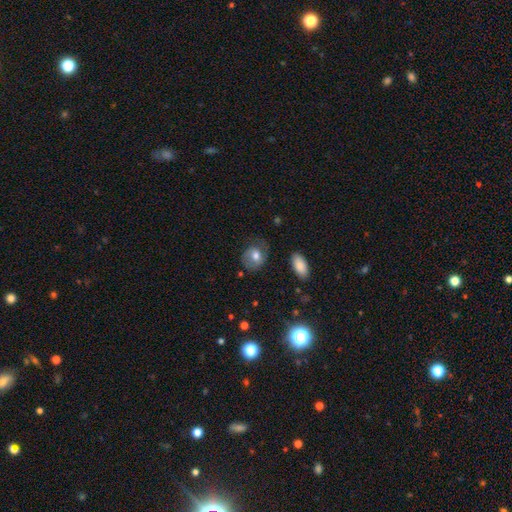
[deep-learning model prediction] smooth 59%, featured or disk 33%, star or artifact 9%. Down the decision tree: how rounded — round (57%); merging — none (57%).